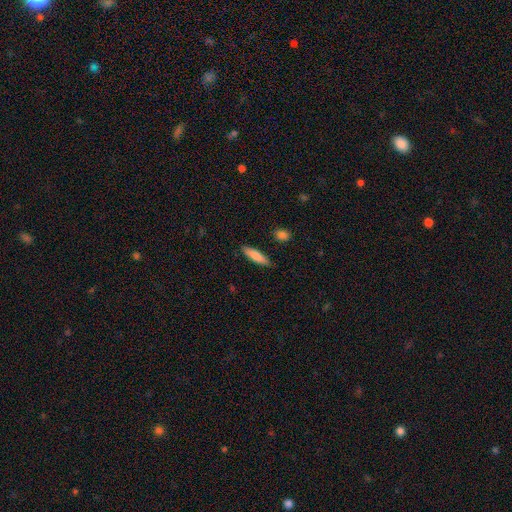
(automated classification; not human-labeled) Morphology: type=smooth (81%); roundness=cigar-shaped (66%); merging=none (87%).